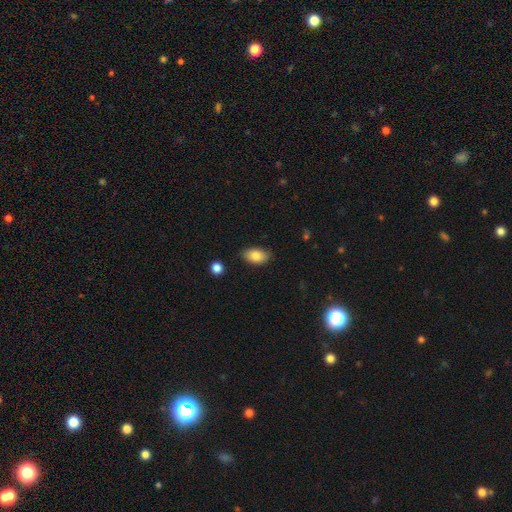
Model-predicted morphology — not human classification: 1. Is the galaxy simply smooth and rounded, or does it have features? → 84% smooth, 8% featured or disk, 8% star or artifact.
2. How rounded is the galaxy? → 91% in between, 7% round, 2% cigar-shaped.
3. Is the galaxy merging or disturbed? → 79% none, 17% minor disturbance, 3% major disturbance, 2% merger.